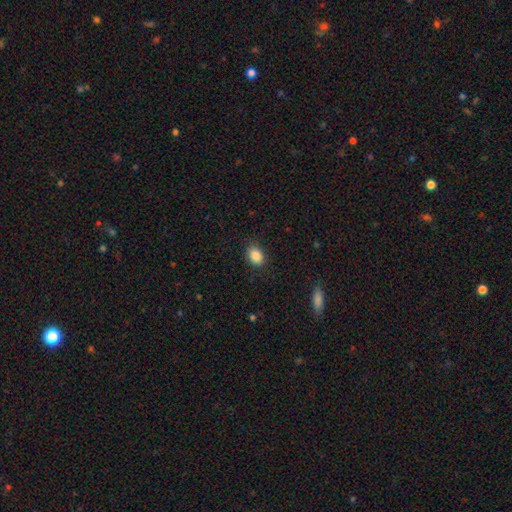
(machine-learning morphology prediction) Smooth or featured?
  - smooth: 87% *
  - star or artifact: 9%
  - featured or disk: 4%
How rounded?
  - in between: 72% *
  - round: 27%
  - cigar-shaped: 1%
Merging?
  - none: 83% *
  - minor disturbance: 13%
  - major disturbance: 3%
  - merger: 1%